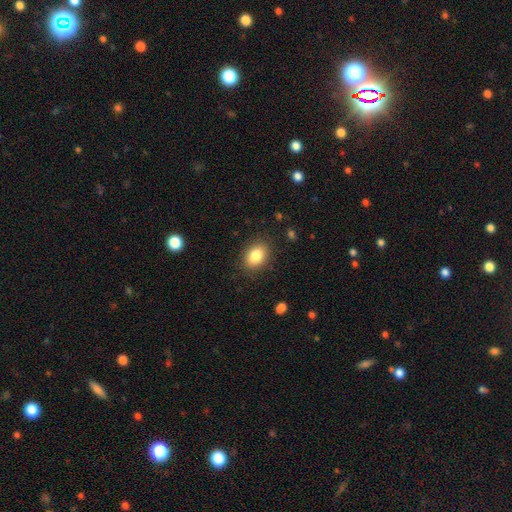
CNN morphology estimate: Smooth or featured: smooth — 85% (star or artifact — 8%)
How rounded: in between — 74% (round — 25%)
Merging: none — 86% (minor disturbance — 9%)